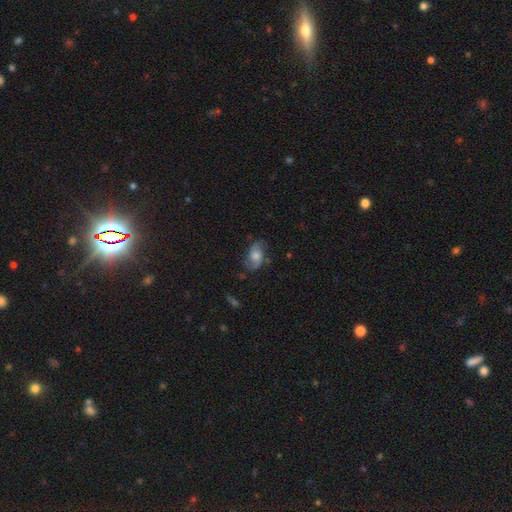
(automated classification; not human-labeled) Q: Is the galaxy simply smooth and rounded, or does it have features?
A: featured or disk — 57%.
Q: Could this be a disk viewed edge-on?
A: no — 95%.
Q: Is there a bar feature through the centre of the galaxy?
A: no — 64%.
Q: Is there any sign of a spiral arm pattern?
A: yes — 87%.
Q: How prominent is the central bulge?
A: moderate — 44%.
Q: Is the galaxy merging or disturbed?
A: none — 68%.